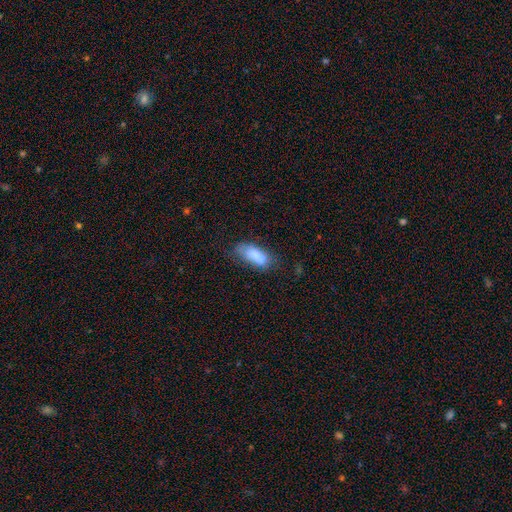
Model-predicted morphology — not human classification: A smooth galaxy with no disk features (72%) that is in between round and cigar-shaped (82%). Merging: none (45%).